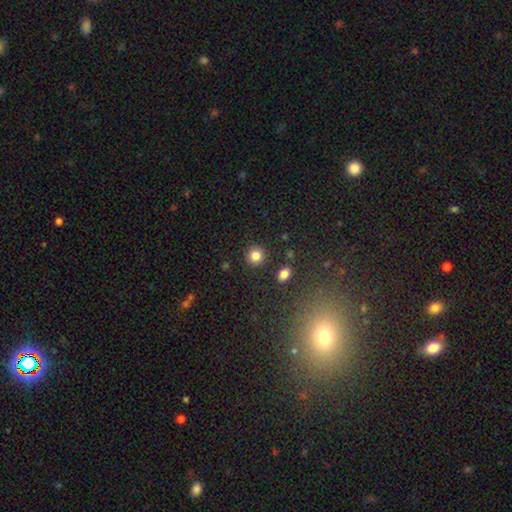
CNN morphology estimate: A smooth galaxy with no disk features (84%) that is round (92%).

Vote fractions:
- Smooth or featured? smooth: 84% / star or artifact: 11% / featured or disk: 5%
- How rounded? round: 92% / in between: 8% / cigar-shaped: 1%
- Merging? none: 89% / minor disturbance: 6% / merger: 3% / major disturbance: 2%